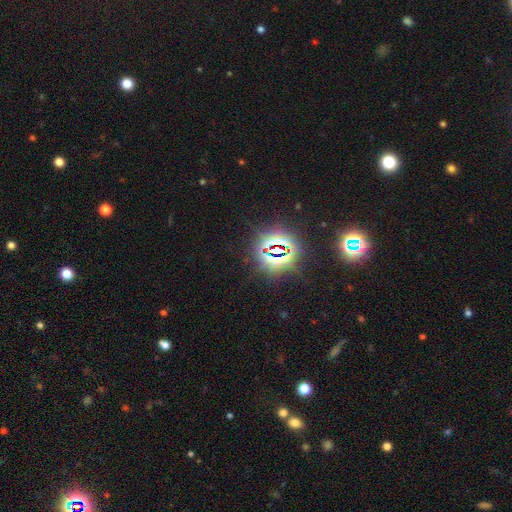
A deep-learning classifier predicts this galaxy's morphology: Q: Smooth or featured?
A: star or artifact (82%); runner-up: smooth (12%)